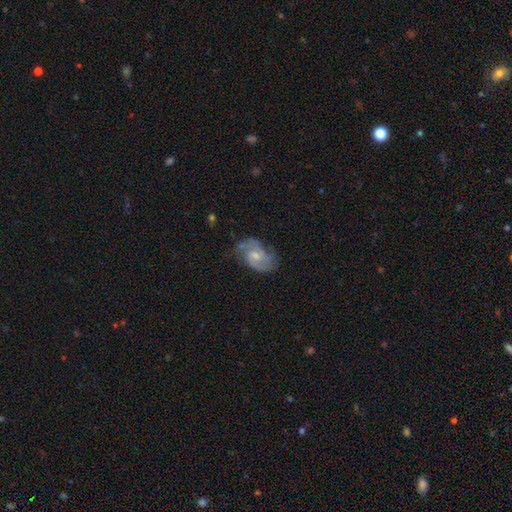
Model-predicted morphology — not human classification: type=featured or disk (80%); edge-on=no (97%); bar=no (47%); spiral arms=yes (94%); winding=medium (52%); arm count=2 (69%); bulge=moderate (46%); merging=none (64%).